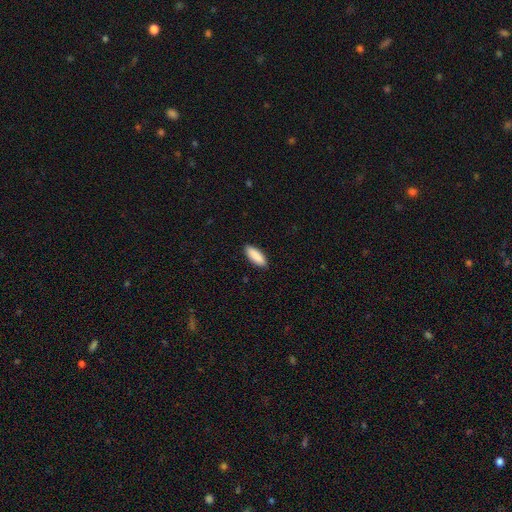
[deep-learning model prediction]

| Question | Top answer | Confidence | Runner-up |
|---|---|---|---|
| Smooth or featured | smooth | 90% | star or artifact (5%) |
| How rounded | in between | 69% | cigar-shaped (29%) |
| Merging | none | 90% | minor disturbance (8%) |